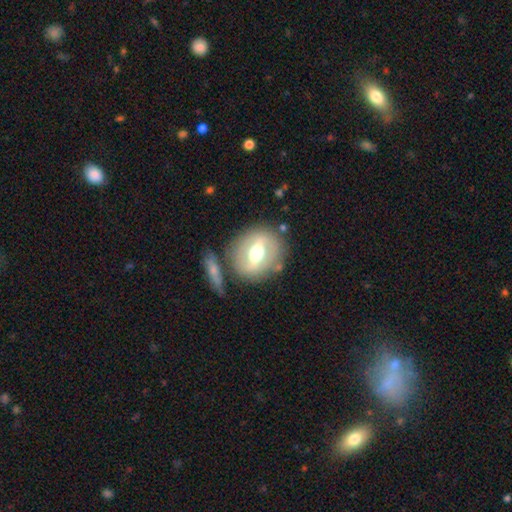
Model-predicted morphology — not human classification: The model was most divided on "bar": strong: 49%, weak: 35%, no: 16%. More confident: edge-on disk — no (85%); bulge size — moderate (72%); merging — none (71%); spiral arms — no (70%); smooth or featured — featured or disk (61%).